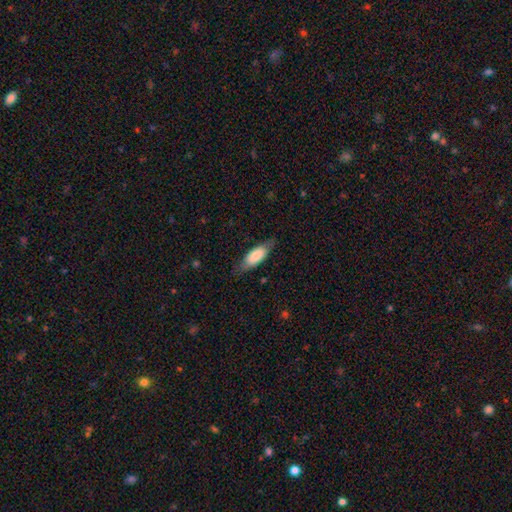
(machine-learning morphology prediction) Q: Smooth or featured?
A: smooth (75%); runner-up: featured or disk (19%)
Q: How rounded?
A: in between (71%); runner-up: cigar-shaped (27%)
Q: Merging?
A: none (75%); runner-up: minor disturbance (18%)